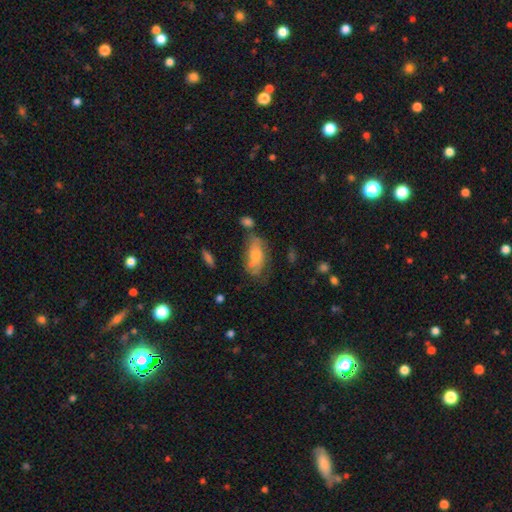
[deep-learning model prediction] This appears to be a smooth galaxy with no disk features (56%) that is in between round and cigar-shaped (89%). Merging: none (42%).